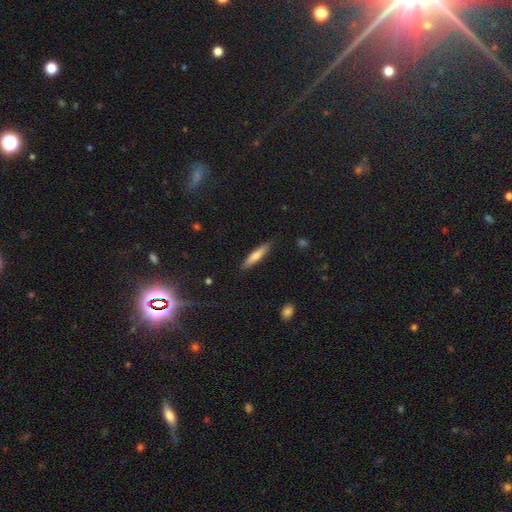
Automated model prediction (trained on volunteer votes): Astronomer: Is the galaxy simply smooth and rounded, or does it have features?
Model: smooth — 69%.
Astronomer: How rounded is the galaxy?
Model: cigar-shaped — 86%.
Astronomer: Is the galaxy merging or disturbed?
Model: none — 86%.